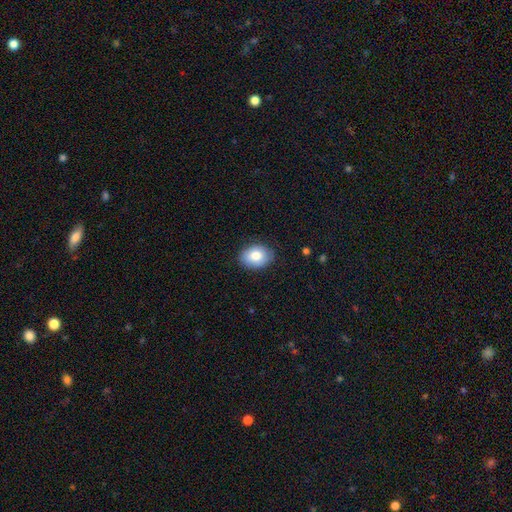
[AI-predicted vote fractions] Smooth or featured? Predicted: smooth (p=0.79). How rounded? Predicted: in between (p=0.68). Merging? Predicted: none (p=0.82).